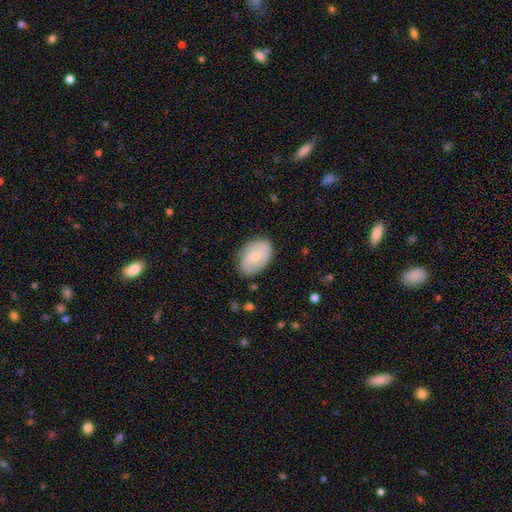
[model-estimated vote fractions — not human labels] This appears to be a smooth galaxy with no disk features (55%) that is in between round and cigar-shaped (86%). Merging: none (77%).